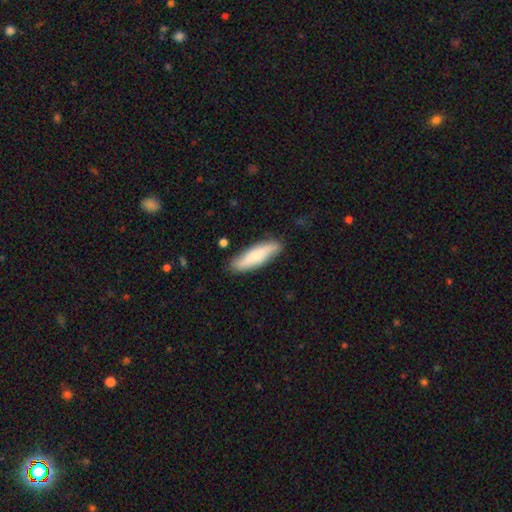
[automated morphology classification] smooth 71%, featured or disk 23%, star or artifact 6%. Down the decision tree: how rounded — cigar-shaped (61%); merging — none (82%).